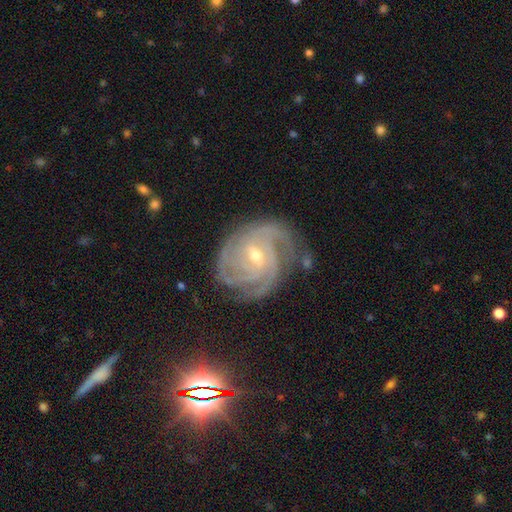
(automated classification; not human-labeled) A featured or disk galaxy (90%) with a weak bar (48%), 4 (31%) tight (74%) spiral arms (98%) and a small central bulge (54%). Merging: none (70%).